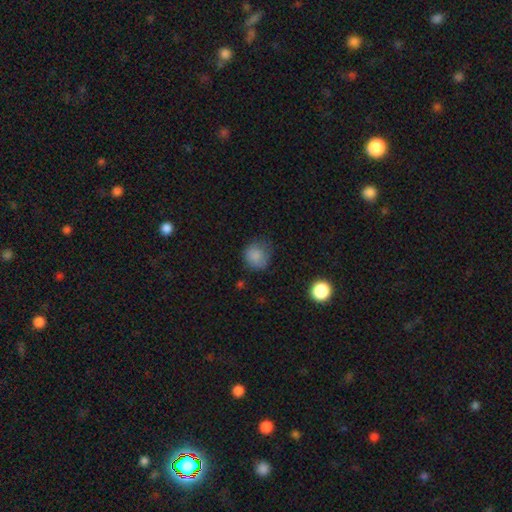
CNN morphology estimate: smooth_or_featured: smooth (p=0.83) [alt: star or artifact p=0.10]
how_rounded: round (p=0.83) [alt: in between p=0.16]
merging: none (p=0.61) [alt: minor disturbance p=0.28]